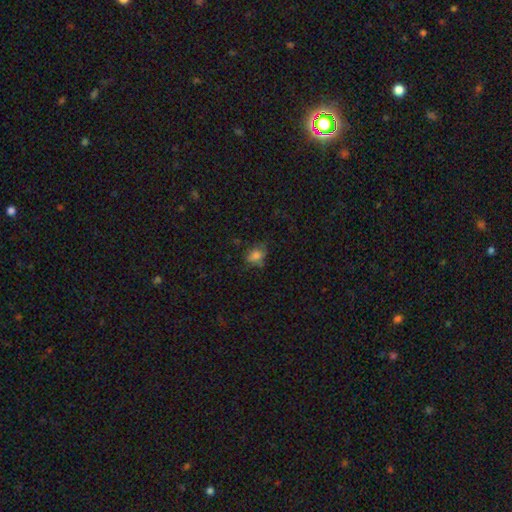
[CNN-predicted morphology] Smooth or featured: smooth — 74% (star or artifact — 14%)
How rounded: in between — 70% (round — 28%)
Merging: none — 52% (minor disturbance — 29%)